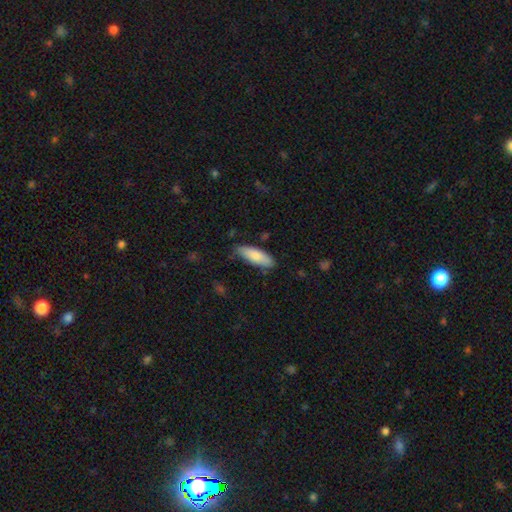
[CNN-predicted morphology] type=smooth (82%); roundness=in between (59%); merging=none (79%).